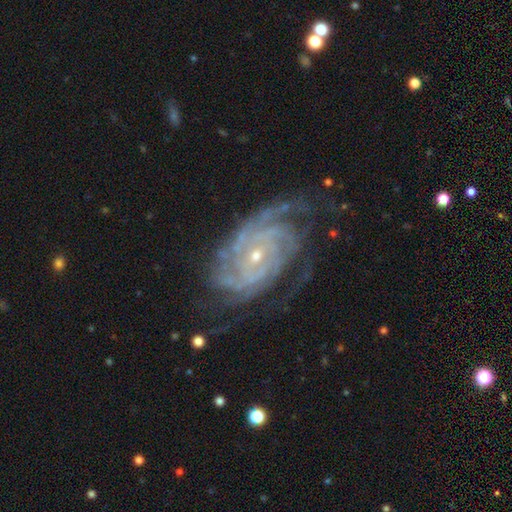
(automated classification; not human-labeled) A featured or disk galaxy (90%) with no bar (68%), 4 (23%) tight (73%) spiral arms (98%) and a small central bulge (76%). Merging: none (66%).